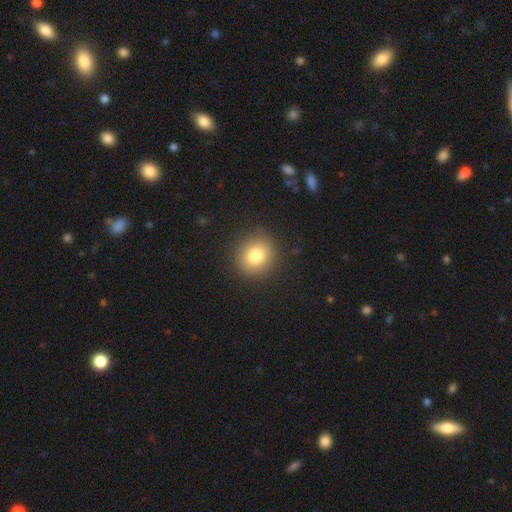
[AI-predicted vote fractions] Morphology: type=smooth (81%); roundness=round (87%); merging=none (90%).